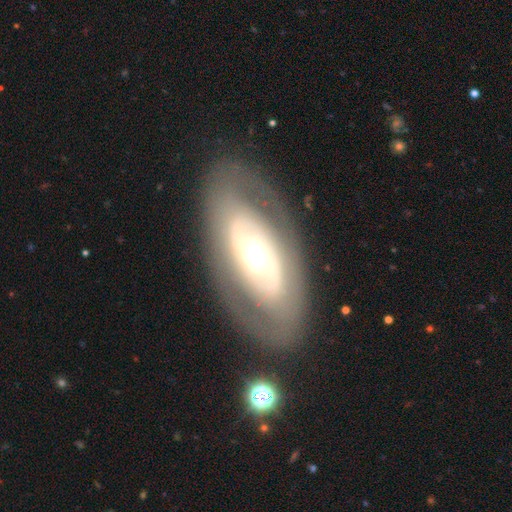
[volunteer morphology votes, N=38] smooth_or_featured: featured or disk (p=0.82) [alt: smooth p=0.13]
disk_edge_on: no (p=0.87) [alt: yes p=0.13]
bar: no (p=0.67) [alt: weak p=0.26]
has_spiral_arms: no (p=0.67) [alt: yes p=0.33]
bulge_size: moderate (p=0.63) [alt: large p=0.15]
merging: none (p=0.92) [alt: minor disturbance p=0.06]